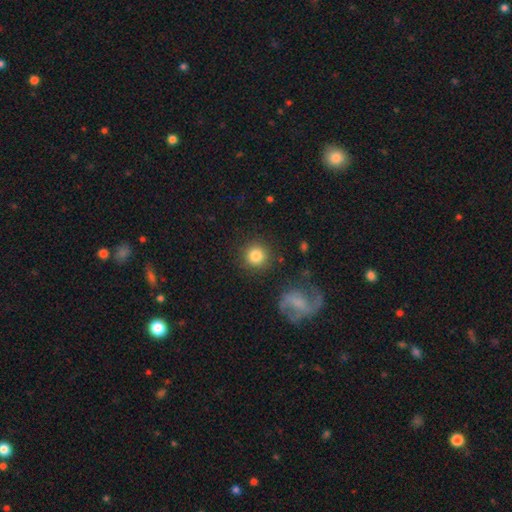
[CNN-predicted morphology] Q: Smooth or featured?
A: smooth (82%); runner-up: star or artifact (10%)
Q: How rounded?
A: round (94%); runner-up: in between (5%)
Q: Merging?
A: none (87%); runner-up: minor disturbance (7%)